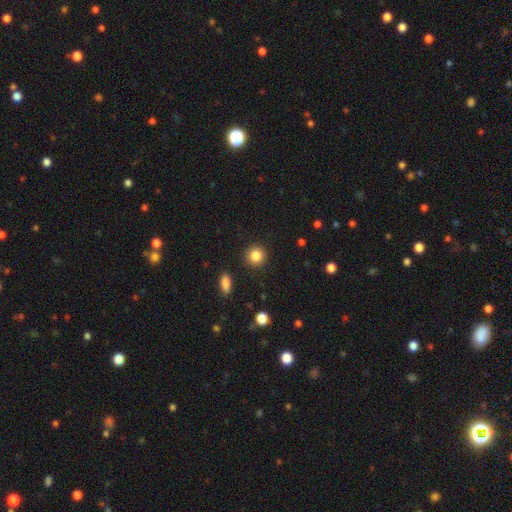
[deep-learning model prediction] A smooth galaxy with no disk features (85%) that is round (91%). Merging: none (91%).